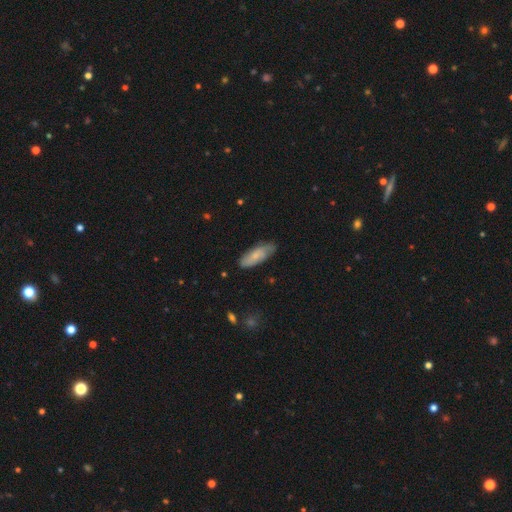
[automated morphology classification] smooth_or_featured: smooth (p=0.68) [alt: featured or disk p=0.26]
how_rounded: in between (p=0.68) [alt: cigar-shaped p=0.31]
merging: none (p=0.74) [alt: minor disturbance p=0.21]